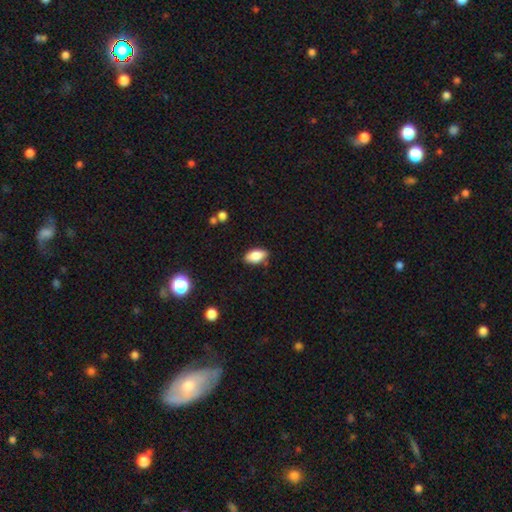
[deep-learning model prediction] smooth_or_featured: smooth (p=0.84) [alt: featured or disk p=0.09]
how_rounded: in between (p=0.92) [alt: cigar-shaped p=0.04]
merging: none (p=0.81) [alt: minor disturbance p=0.14]